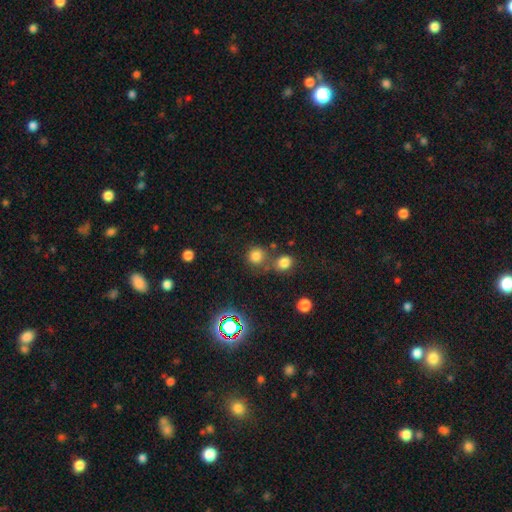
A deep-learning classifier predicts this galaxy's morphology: Q: Smooth or featured?
A: smooth (76%); runner-up: star or artifact (18%)
Q: How rounded?
A: round (87%); runner-up: in between (12%)
Q: Merging?
A: none (63%); runner-up: merger (22%)